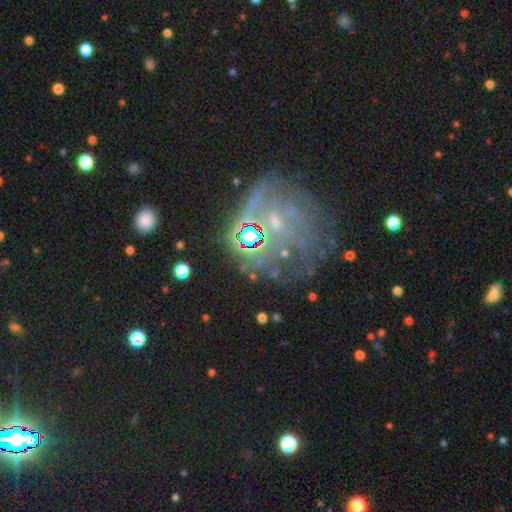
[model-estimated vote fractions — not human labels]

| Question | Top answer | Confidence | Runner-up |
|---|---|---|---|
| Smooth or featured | featured or disk | 42% | star or artifact (39%) |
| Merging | none | 63% | minor disturbance (15%) |